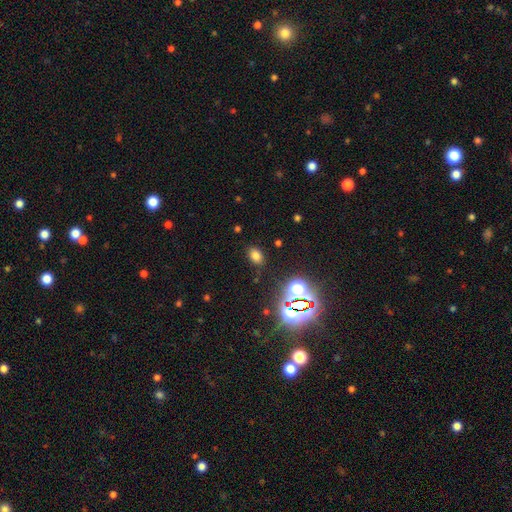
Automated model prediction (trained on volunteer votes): Smooth or featured: smooth — 70% (star or artifact — 24%)
How rounded: in between — 71% (round — 28%)
Merging: none — 82% (minor disturbance — 12%)